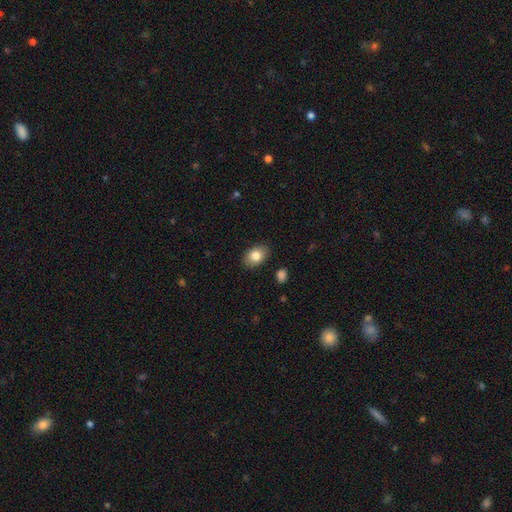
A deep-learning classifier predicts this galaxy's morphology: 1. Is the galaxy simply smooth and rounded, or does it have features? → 82% smooth, 11% featured or disk, 8% star or artifact.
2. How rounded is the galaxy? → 83% in between, 16% round, 1% cigar-shaped.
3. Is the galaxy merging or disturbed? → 87% none, 10% minor disturbance, 2% major disturbance, 1% merger.